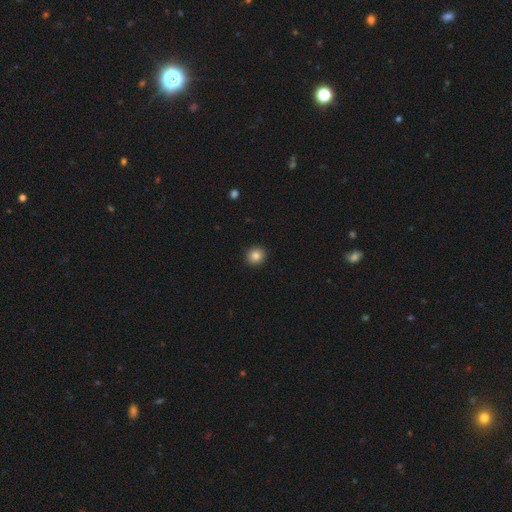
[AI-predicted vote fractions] Smooth or featured: smooth — 84% (star or artifact — 10%)
How rounded: round — 85% (in between — 14%)
Merging: none — 92% (minor disturbance — 5%)